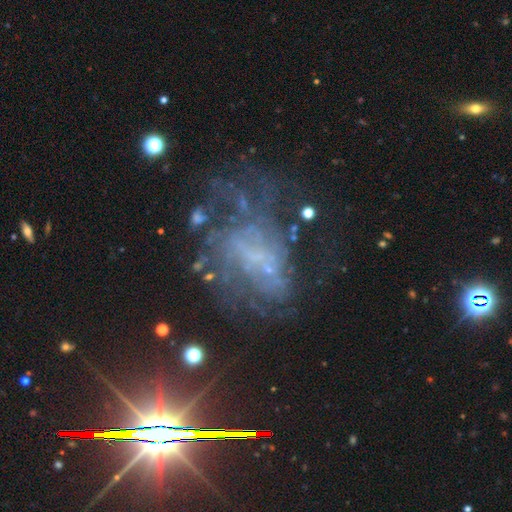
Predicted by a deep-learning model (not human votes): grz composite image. It shows a featured or disk galaxy (61%) with no bar (66%), spiral arms (55%) and no central bulge (62%). Merging: none (39%).